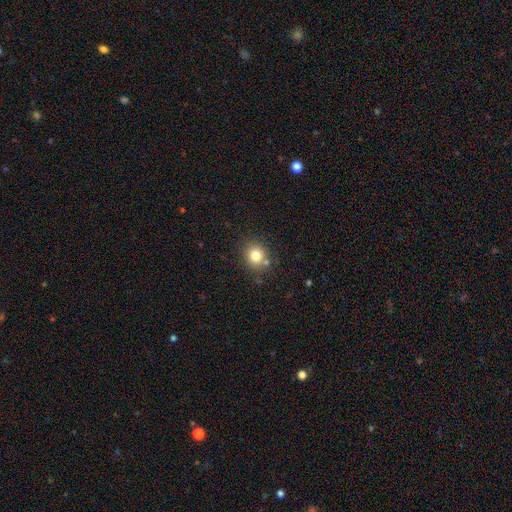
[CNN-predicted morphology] A smooth galaxy with no disk features (79%) that is round (81%).

Vote fractions:
- Smooth or featured? smooth: 79% / star or artifact: 12% / featured or disk: 8%
- How rounded? round: 81% / in between: 18% / cigar-shaped: 1%
- Merging? none: 78% / minor disturbance: 11% / merger: 8% / major disturbance: 3%